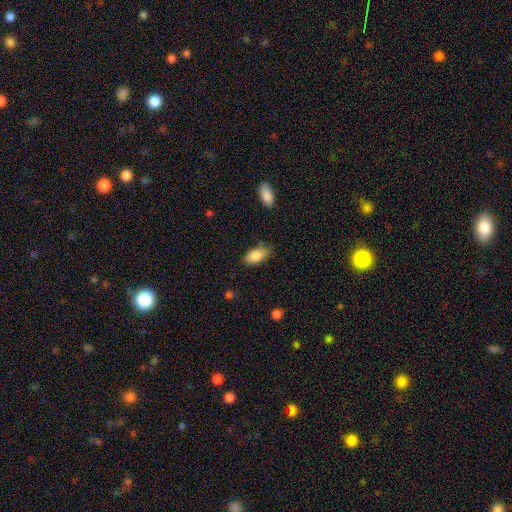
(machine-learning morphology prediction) Smooth or featured: smooth — 85% (featured or disk — 8%)
How rounded: in between — 91% (cigar-shaped — 6%)
Merging: none — 75% (minor disturbance — 19%)